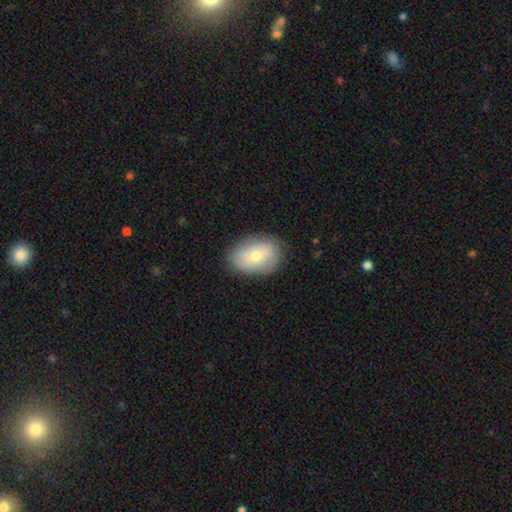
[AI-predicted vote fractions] A smooth galaxy with no disk features (60%) that is in between round and cigar-shaped (81%).

Vote fractions:
- Smooth or featured? smooth: 60% / featured or disk: 32% / star or artifact: 8%
- How rounded? in between: 81% / round: 18% / cigar-shaped: 1%
- Merging? none: 82% / minor disturbance: 14% / major disturbance: 4% / merger: 1%